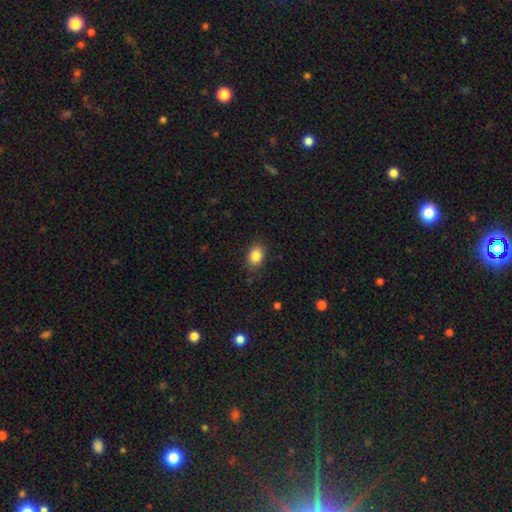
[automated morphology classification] This is clearly a smooth galaxy (86%). How rounded: likely in between (73%). Merging: clearly none (83%).